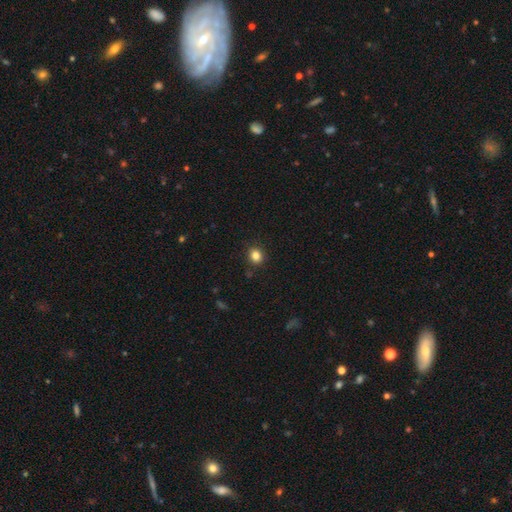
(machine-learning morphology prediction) This appears to be a smooth galaxy with no disk features (83%) that is round (78%). Merging: none (89%).